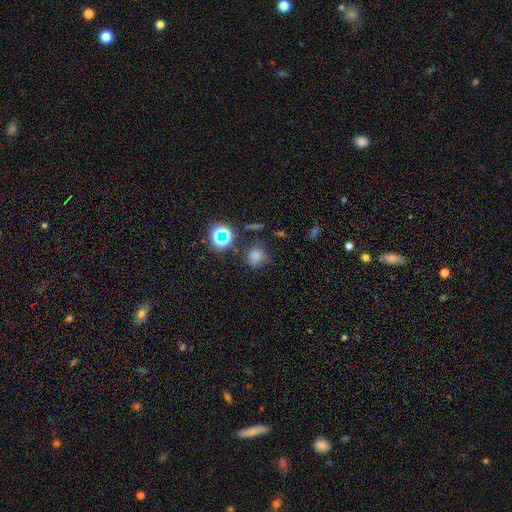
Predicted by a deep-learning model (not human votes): This is likely a smooth galaxy (70%). How rounded: clearly round (86%). Merging: likely none (69%).